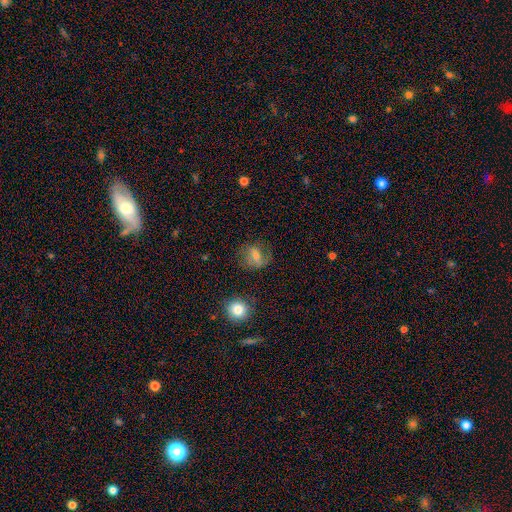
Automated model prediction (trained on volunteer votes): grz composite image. It shows a smooth galaxy with no disk features (51%) that is round (50%). Merging: none (61%).